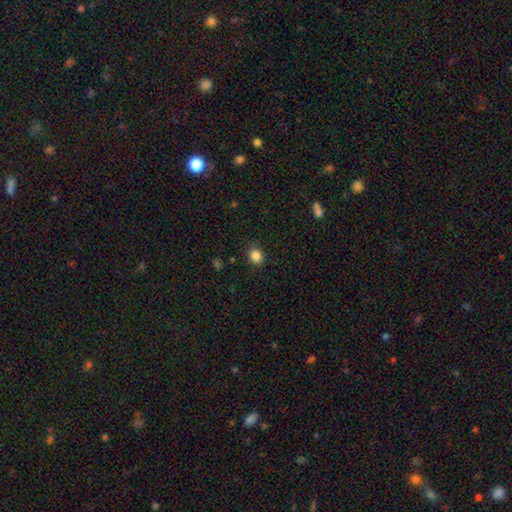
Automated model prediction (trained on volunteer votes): A smooth galaxy with no disk features (85%) that is round (75%).

Vote fractions:
- Smooth or featured? smooth: 85% / star or artifact: 11% / featured or disk: 3%
- How rounded? round: 75% / in between: 24% / cigar-shaped: 1%
- Merging? none: 87% / minor disturbance: 9% / major disturbance: 3% / merger: 1%